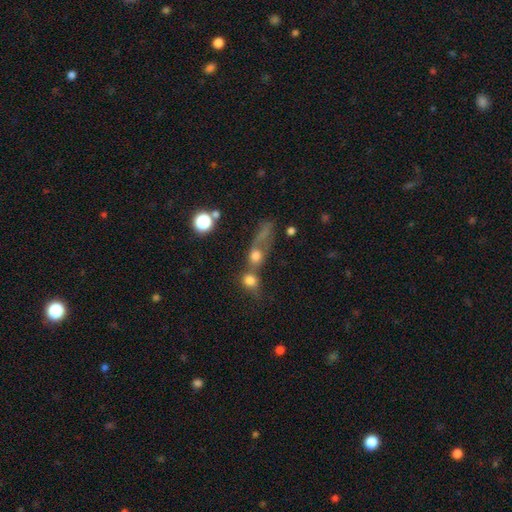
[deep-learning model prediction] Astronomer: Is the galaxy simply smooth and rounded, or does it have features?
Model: smooth — 64%.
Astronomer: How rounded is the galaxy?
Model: round — 63%.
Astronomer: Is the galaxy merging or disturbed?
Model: merger — 58%.